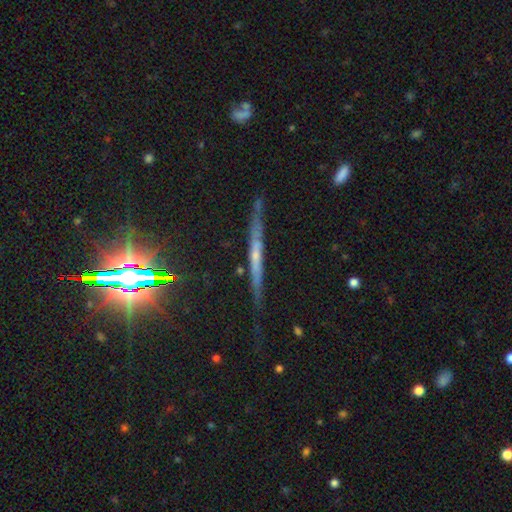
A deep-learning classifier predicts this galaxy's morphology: Overall: featured or disk (59%; smooth 24%). Edge-on disk: yes (93%). Edge-on bulge: none (57%; rounded 33%). Merging: none (76%).